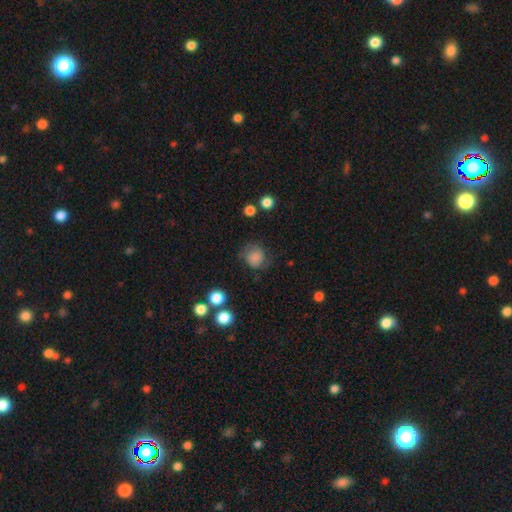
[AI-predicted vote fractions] Smooth or featured? Predicted: smooth (p=0.73). How rounded? Predicted: round (p=0.79). Merging? Predicted: none (p=0.66).